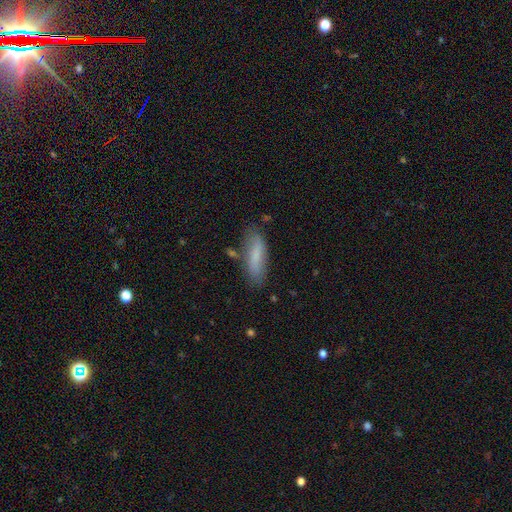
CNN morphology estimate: Smooth or featured? Predicted: smooth (p=0.75). How rounded? Predicted: cigar-shaped (p=0.54). Merging? Predicted: none (p=0.74).